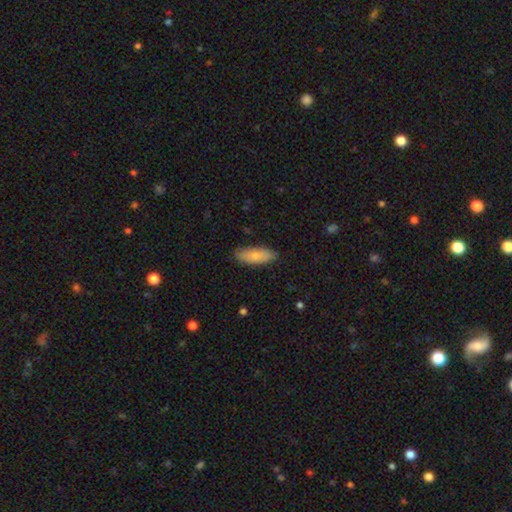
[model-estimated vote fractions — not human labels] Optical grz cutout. It shows a smooth galaxy with no disk features (75%) that is in between round and cigar-shaped (77%). Merging: none (85%).